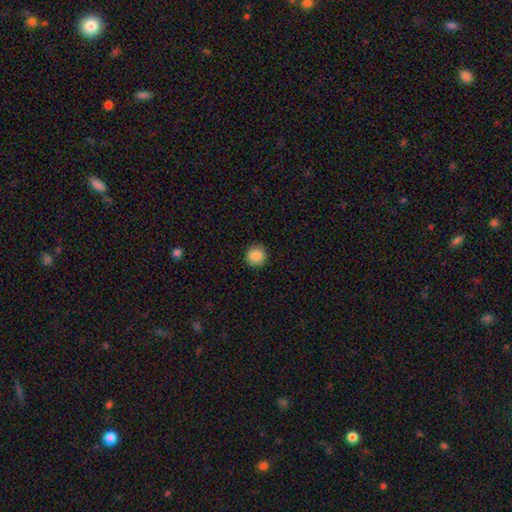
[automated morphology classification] Overall: smooth (88%). How rounded: round (93%). Merging: none (91%).